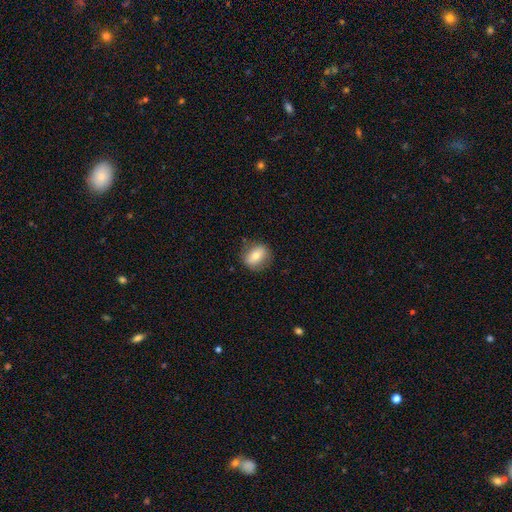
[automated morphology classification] type=smooth (69%); roundness=round (51%); merging=none (81%).